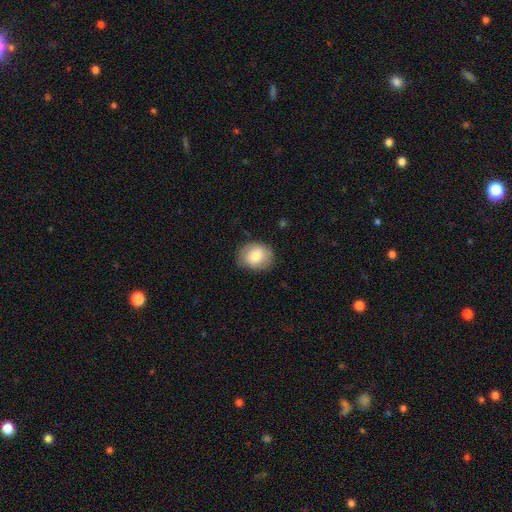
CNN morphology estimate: Smooth or featured? Predicted: smooth (p=0.81). How rounded? Predicted: round (p=0.58). Merging? Predicted: none (p=0.80).